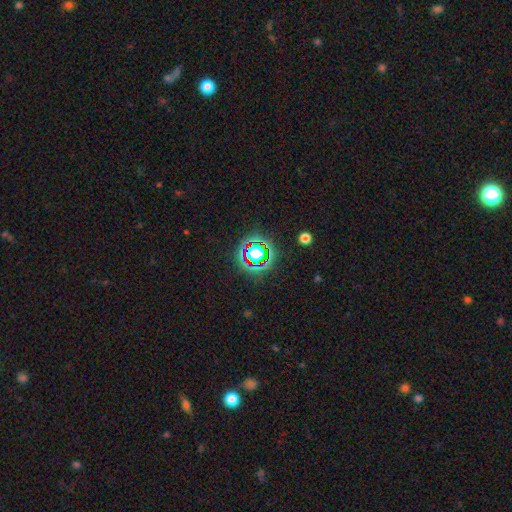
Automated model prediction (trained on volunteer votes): Q: Smooth or featured?
A: star or artifact (71%); runner-up: smooth (19%)